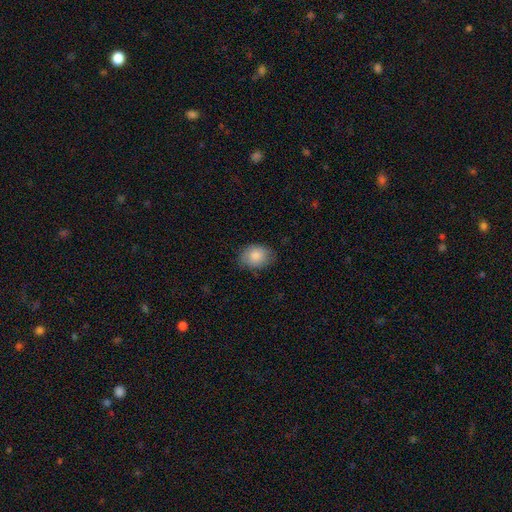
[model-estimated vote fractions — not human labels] A smooth galaxy with no disk features (85%) that is in between round and cigar-shaped (63%).

Vote fractions:
- Smooth or featured? smooth: 85% / featured or disk: 8% / star or artifact: 7%
- How rounded? in between: 63% / round: 36% / cigar-shaped: 1%
- Merging? none: 77% / minor disturbance: 18% / major disturbance: 4% / merger: 1%